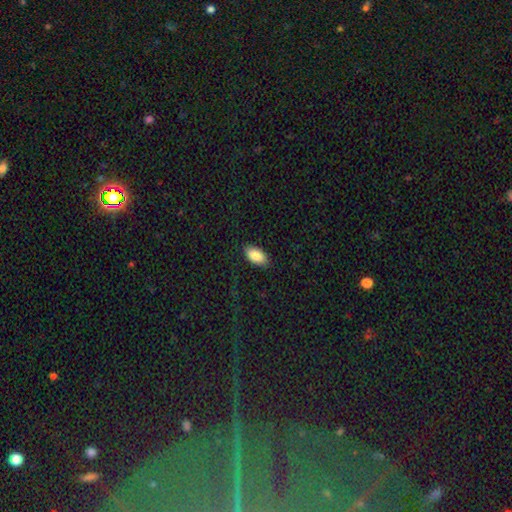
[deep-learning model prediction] smooth-or-featured: smooth: 87% | star or artifact: 7% | featured or disk: 7%
  how-rounded: in between: 94% | round: 3% | cigar-shaped: 3%
  merging: none: 87% | minor disturbance: 10% | major disturbance: 2% | merger: 1%